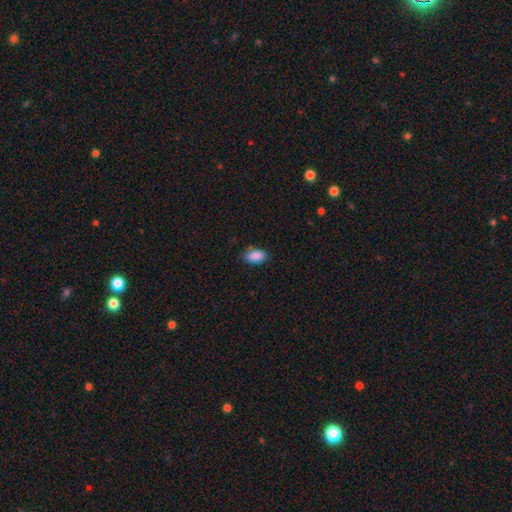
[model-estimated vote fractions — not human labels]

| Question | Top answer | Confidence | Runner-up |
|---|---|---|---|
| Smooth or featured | smooth | 89% | star or artifact (7%) |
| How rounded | in between | 92% | round (5%) |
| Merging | none | 81% | minor disturbance (15%) |